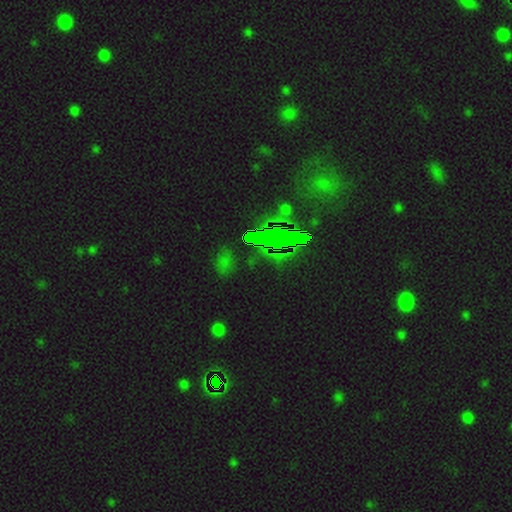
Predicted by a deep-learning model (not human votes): Smooth or featured? star or artifact (71%)